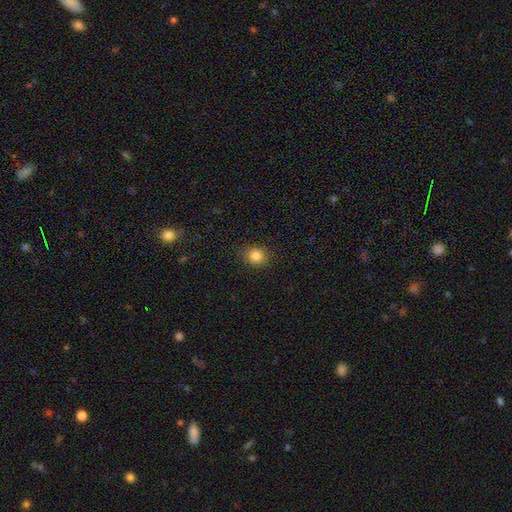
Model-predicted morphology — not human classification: A smooth galaxy with no disk features (84%) that is round (76%). Merging: none (88%).